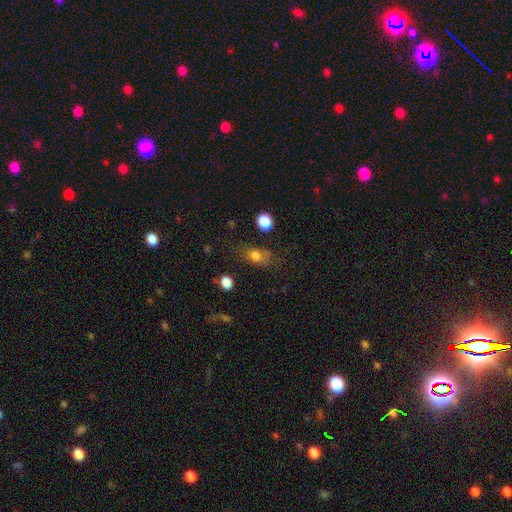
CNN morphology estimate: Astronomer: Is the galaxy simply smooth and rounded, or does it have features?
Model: smooth — 74%.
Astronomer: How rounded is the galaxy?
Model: in between — 65%.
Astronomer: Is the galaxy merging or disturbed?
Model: none — 59%.